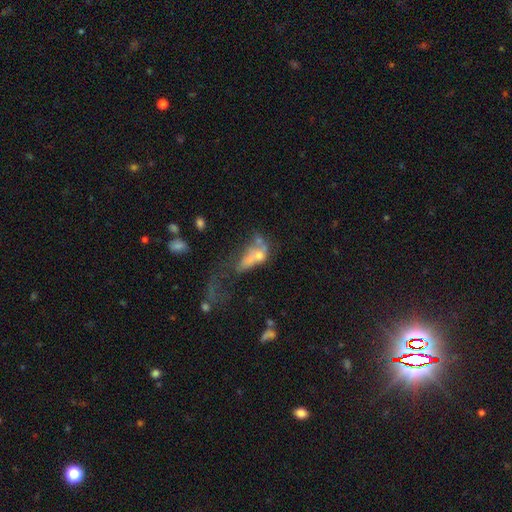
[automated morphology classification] Overall: smooth (46%; featured or disk 40%). Merging: merger (40%; major disturbance 39%).